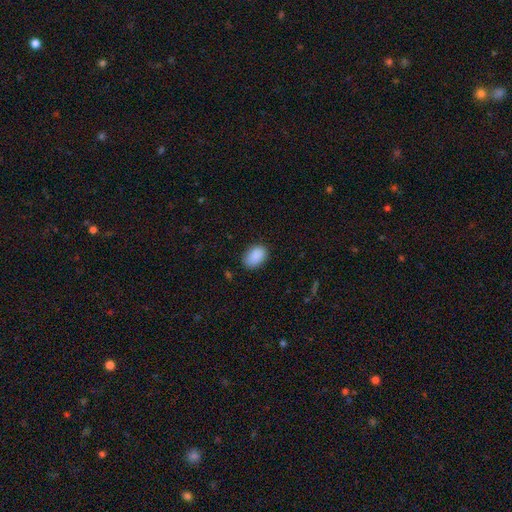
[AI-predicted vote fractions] The model was most divided on "merging": none: 82%, minor disturbance: 14%, major disturbance: 3%, merger: 1%. More confident: smooth or featured — smooth (89%); how rounded — in between (86%).